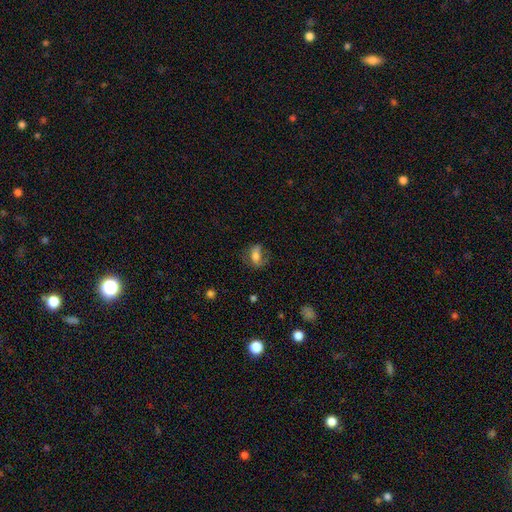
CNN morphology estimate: Smooth or featured: smooth — 62% (featured or disk — 28%)
How rounded: in between — 76% (round — 19%)
Merging: none — 56% (minor disturbance — 24%)